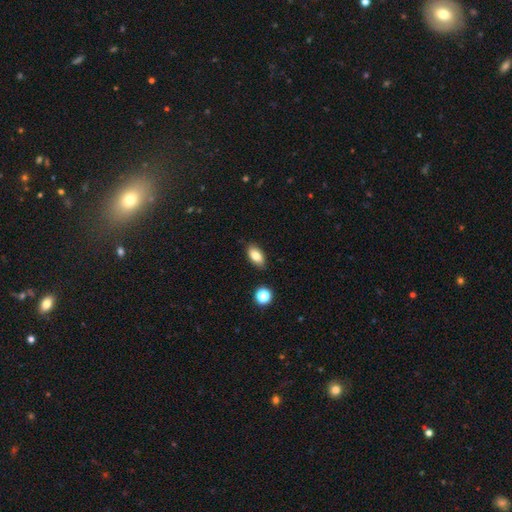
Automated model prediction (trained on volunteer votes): Smooth or featured: smooth — 82% (featured or disk — 10%)
How rounded: in between — 89% (cigar-shaped — 5%)
Merging: none — 86% (minor disturbance — 10%)